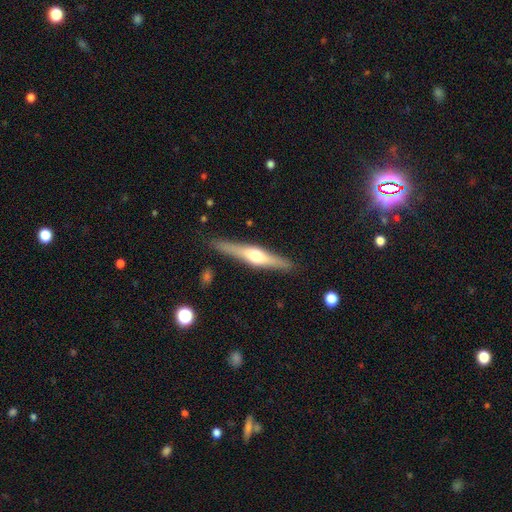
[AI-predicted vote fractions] Smooth or featured? Predicted: featured or disk (p=0.65). Edge-on disk? Predicted: yes (p=0.96). Edge-on bulge? Predicted: rounded (p=0.92). Merging? Predicted: none (p=0.88).